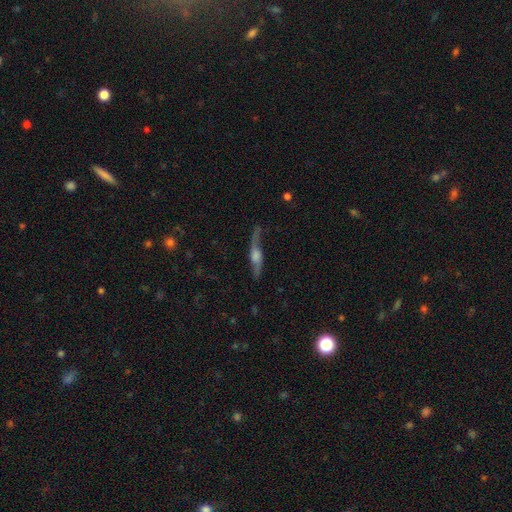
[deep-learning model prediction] smooth-or-featured: featured or disk: 75% | smooth: 18% | star or artifact: 7%
  disk-edge-on: yes: 76% | no: 24%
    edge-on-bulge: rounded: 80% | boxy: 14% | none: 6%
  merging: none: 70% | minor disturbance: 20% | major disturbance: 8% | merger: 2%